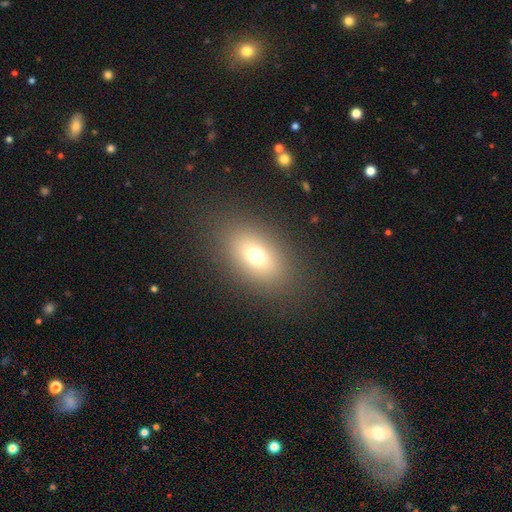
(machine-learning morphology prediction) Smooth or featured? smooth (70%)
How rounded? in between (79%)
Merging? none (85%)